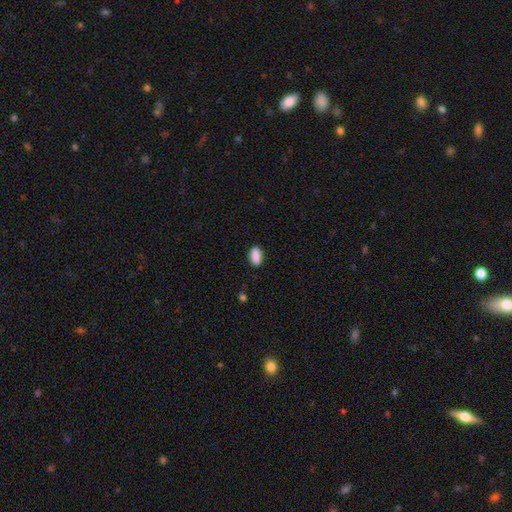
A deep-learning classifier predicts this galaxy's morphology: Smooth or featured: smooth — 87% (star or artifact — 8%)
How rounded: in between — 83% (cigar-shaped — 13%)
Merging: none — 86% (minor disturbance — 11%)